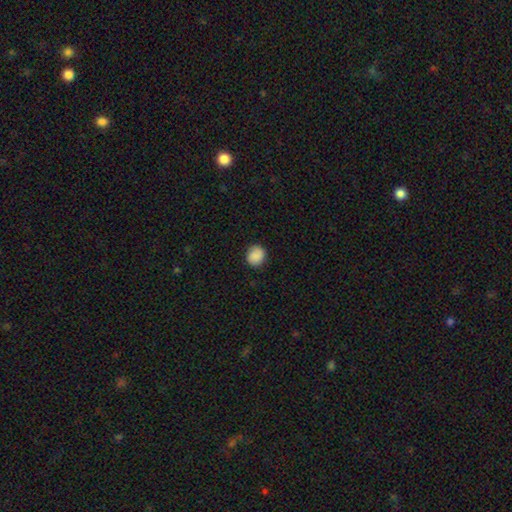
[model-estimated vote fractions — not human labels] smooth_or_featured: smooth (p=0.88) [alt: star or artifact p=0.08]
how_rounded: round (p=0.82) [alt: in between p=0.17]
merging: none (p=0.88) [alt: minor disturbance p=0.09]